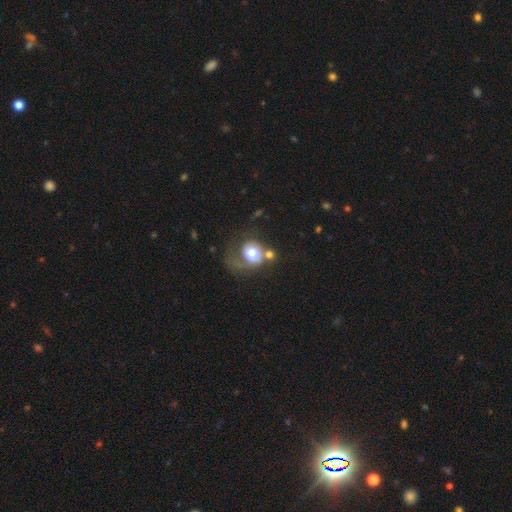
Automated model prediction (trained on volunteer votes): smooth 55%, featured or disk 32%, star or artifact 12%. Down the decision tree: how rounded — round (69%); merging — none (31%).